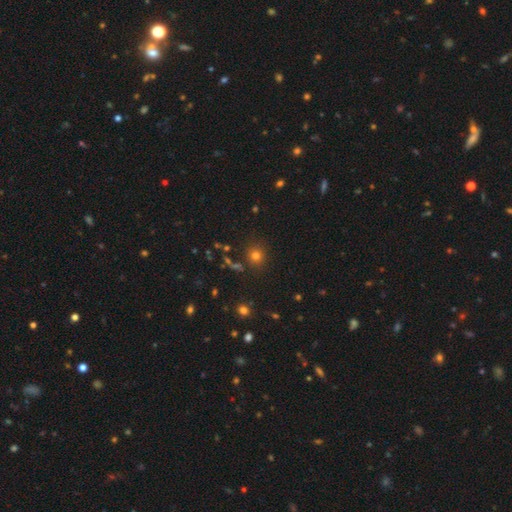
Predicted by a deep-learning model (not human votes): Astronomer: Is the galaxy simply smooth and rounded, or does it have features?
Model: smooth — 74%.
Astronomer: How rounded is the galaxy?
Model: round — 88%.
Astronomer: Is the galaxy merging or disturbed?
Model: none — 85%.